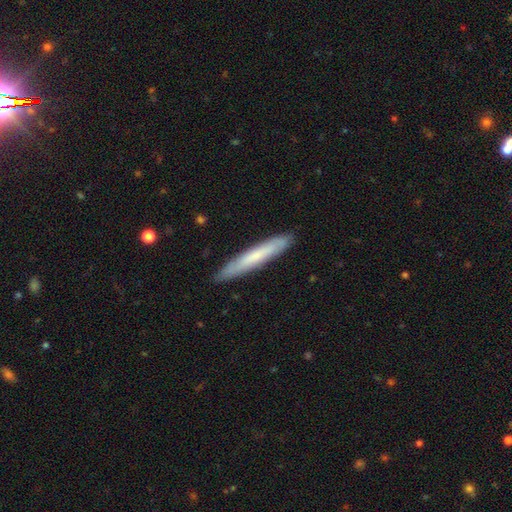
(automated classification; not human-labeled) Smooth or featured? smooth (62%)
How rounded? cigar-shaped (94%)
Merging? none (89%)